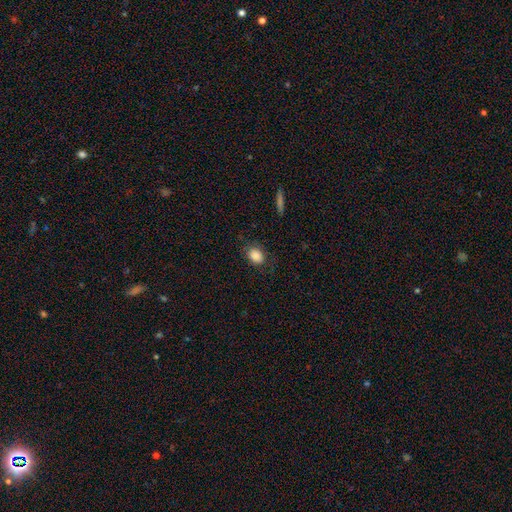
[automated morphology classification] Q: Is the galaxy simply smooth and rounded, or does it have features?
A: smooth — 86%.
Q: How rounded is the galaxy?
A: in between — 67%.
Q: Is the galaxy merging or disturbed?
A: none — 76%.